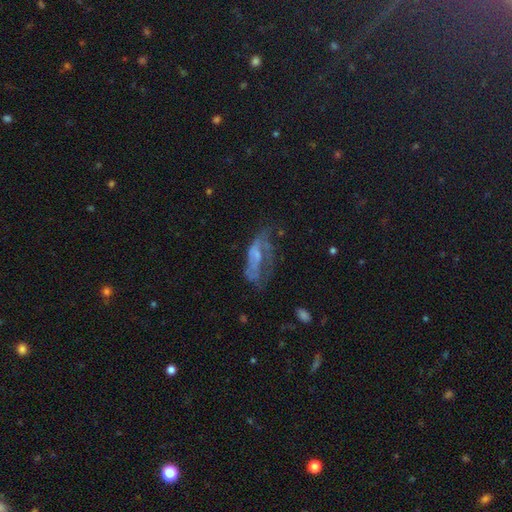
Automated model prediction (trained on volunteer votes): Smooth or featured? Predicted: featured or disk (p=0.61). Edge-on disk? Predicted: no (p=0.90). Bar? Predicted: no (p=0.59). Spiral arms? Predicted: yes (p=0.53). Bulge size? Predicted: small (p=0.44). Merging? Predicted: major disturbance (p=0.37).